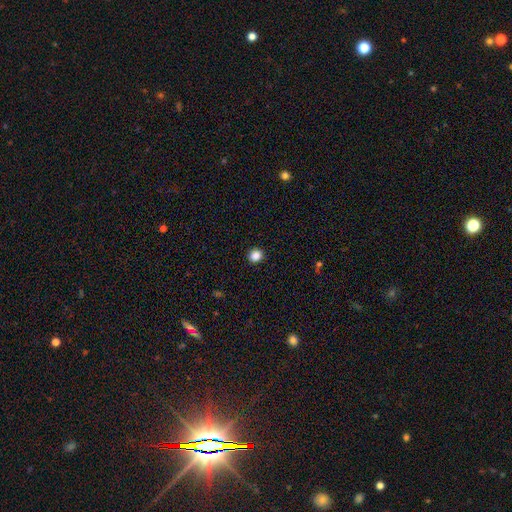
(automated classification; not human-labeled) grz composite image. It shows a smooth galaxy with no disk features (86%) that is round (80%). Merging: none (92%).